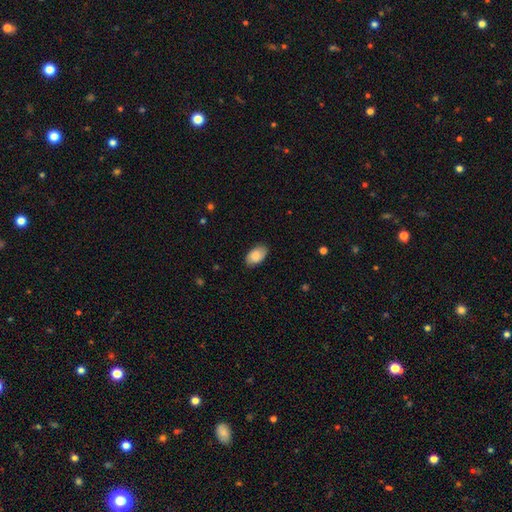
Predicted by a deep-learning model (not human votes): A smooth galaxy with no disk features (84%) that is in between round and cigar-shaped (94%).

Vote fractions:
- Smooth or featured? smooth: 84% / featured or disk: 9% / star or artifact: 6%
- How rounded? in between: 94% / round: 5% / cigar-shaped: 1%
- Merging? none: 85% / minor disturbance: 12% / major disturbance: 2% / merger: 1%